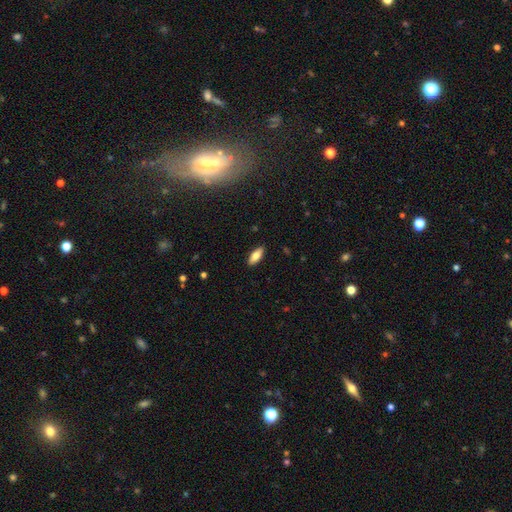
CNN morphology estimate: The model was most divided on "how rounded": in between: 76%, cigar-shaped: 22%, round: 2%. More confident: merging — none (89%); smooth or featured — smooth (75%).